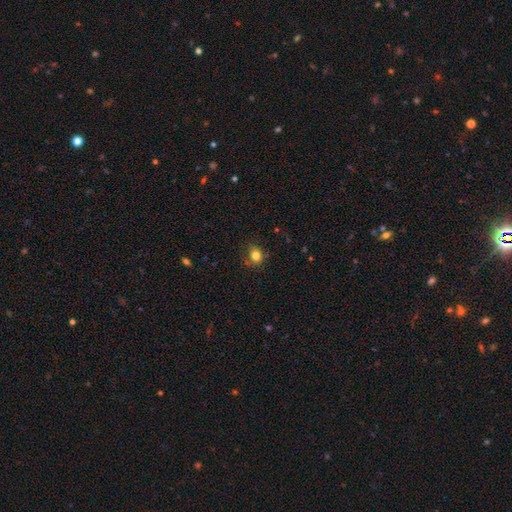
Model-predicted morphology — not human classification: type=smooth (80%); roundness=round (65%); merging=none (75%).